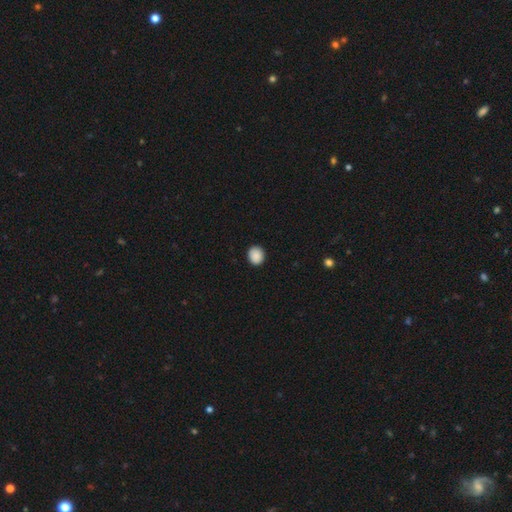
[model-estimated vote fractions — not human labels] Smooth or featured? smooth (89%)
How rounded? round (73%)
Merging? none (91%)